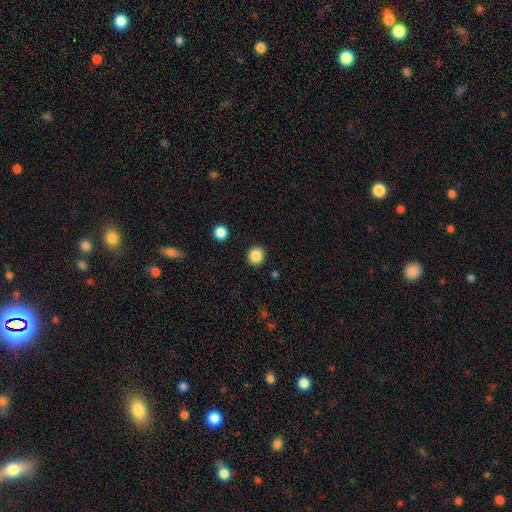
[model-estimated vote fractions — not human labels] Smooth or featured? Predicted: smooth (p=0.87). How rounded? Predicted: round (p=0.93). Merging? Predicted: none (p=0.92).